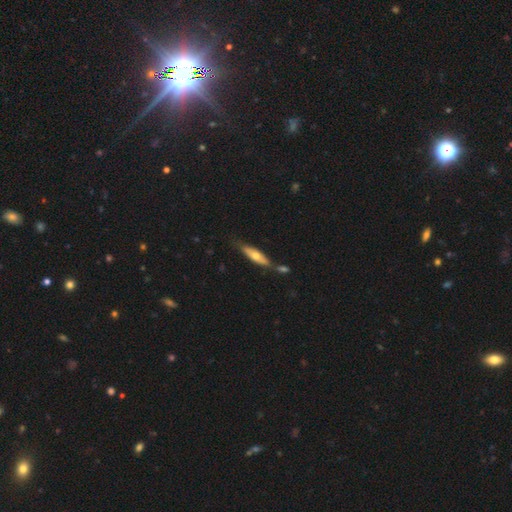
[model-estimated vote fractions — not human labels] Smooth or featured?
  - smooth: 48% *
  - featured or disk: 47%
  - star or artifact: 6%
Merging?
  - none: 60% *
  - merger: 18%
  - minor disturbance: 18%
  - major disturbance: 5%